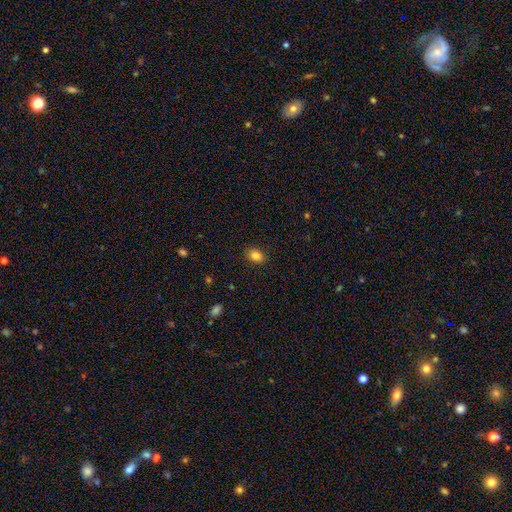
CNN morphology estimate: Smooth or featured?
  - smooth: 84% *
  - star or artifact: 11%
  - featured or disk: 5%
How rounded?
  - in between: 64% *
  - round: 35%
  - cigar-shaped: 1%
Merging?
  - none: 87% *
  - minor disturbance: 10%
  - major disturbance: 3%
  - merger: 1%